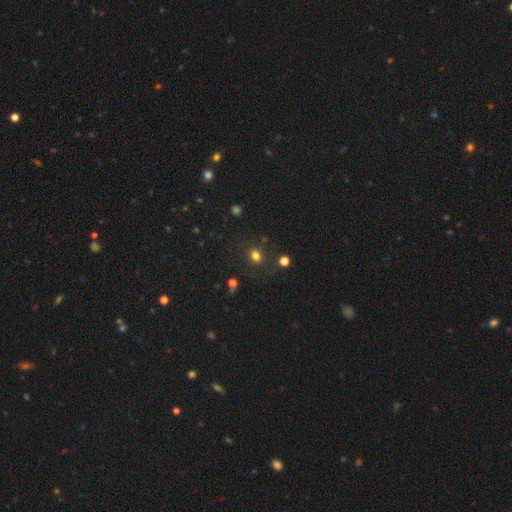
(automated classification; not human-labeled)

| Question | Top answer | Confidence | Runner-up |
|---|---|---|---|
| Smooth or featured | smooth | 76% | star or artifact (17%) |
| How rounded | round | 62% | in between (37%) |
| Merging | none | 79% | minor disturbance (11%) |